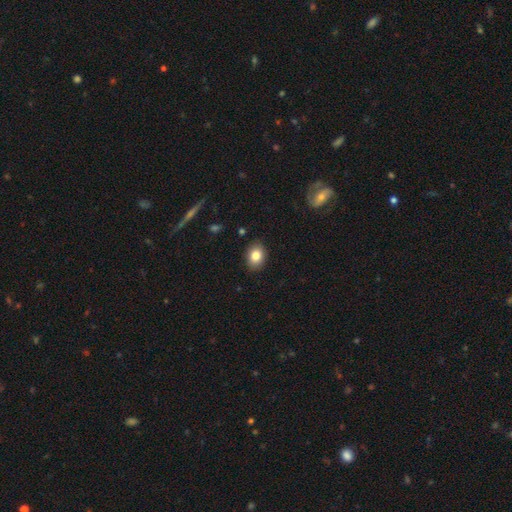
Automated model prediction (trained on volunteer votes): smooth 83%, star or artifact 9%, featured or disk 8%. Down the decision tree: how rounded — in between (70%); merging — none (88%).